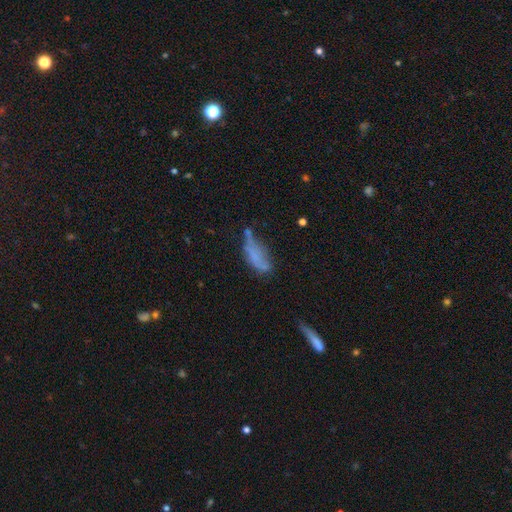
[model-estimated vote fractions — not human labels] Smooth or featured? Predicted: smooth (p=0.53). How rounded? Predicted: in between (p=0.71). Merging? Predicted: minor disturbance (p=0.31, tied with none).